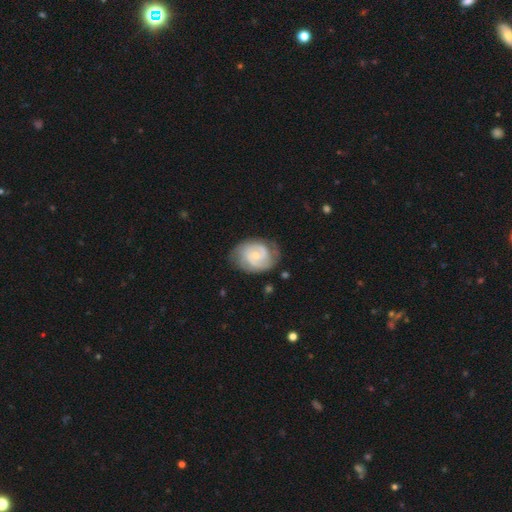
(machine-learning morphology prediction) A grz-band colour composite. It shows a featured or disk galaxy (81%) with no bar (64%), 2 (59%) tight (56%) spiral arms (94%) and a small central bulge (64%). Merging: none (71%).